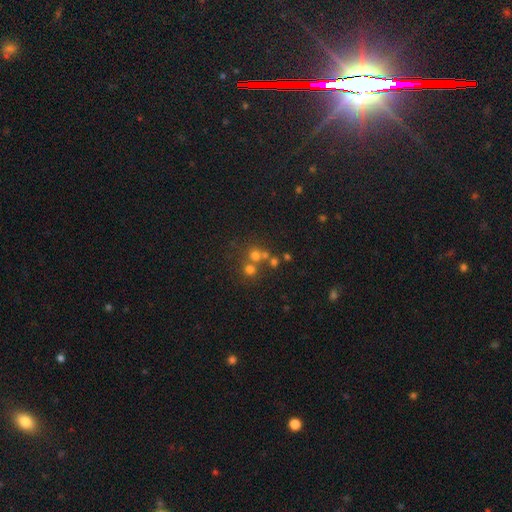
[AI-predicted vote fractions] smooth-or-featured: star or artifact: 49% | smooth: 36% | featured or disk: 15%